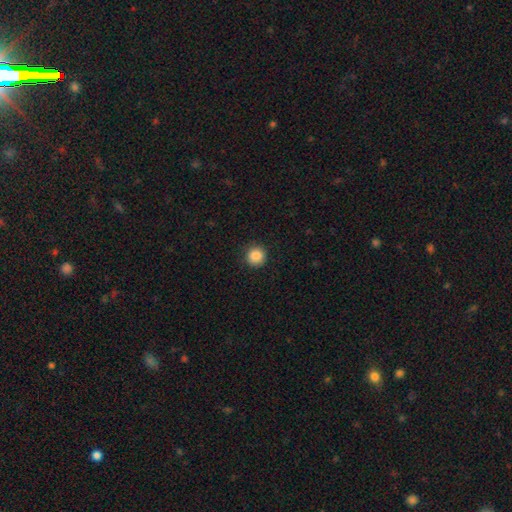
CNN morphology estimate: This appears to be a smooth galaxy with no disk features (86%) that is round (94%). Merging: none (91%).